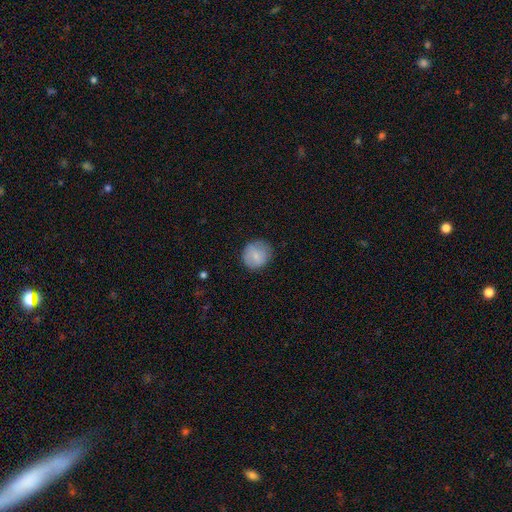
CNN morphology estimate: Q: Smooth or featured?
A: smooth (78%); runner-up: featured or disk (15%)
Q: How rounded?
A: round (86%); runner-up: in between (13%)
Q: Merging?
A: none (78%); runner-up: minor disturbance (16%)